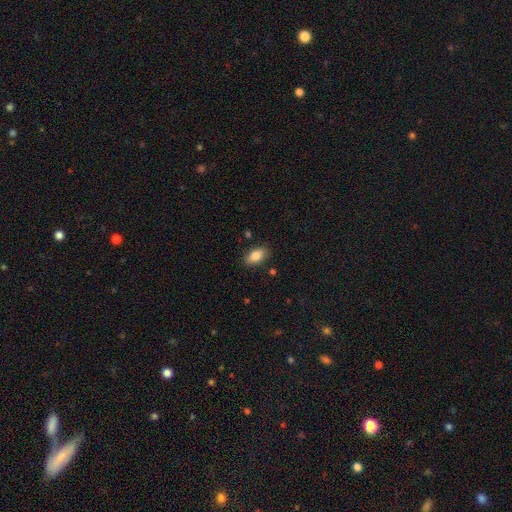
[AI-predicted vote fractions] smooth_or_featured: smooth (p=0.83) [alt: featured or disk p=0.09]
how_rounded: in between (p=0.91) [alt: round p=0.06]
merging: none (p=0.86) [alt: minor disturbance p=0.11]